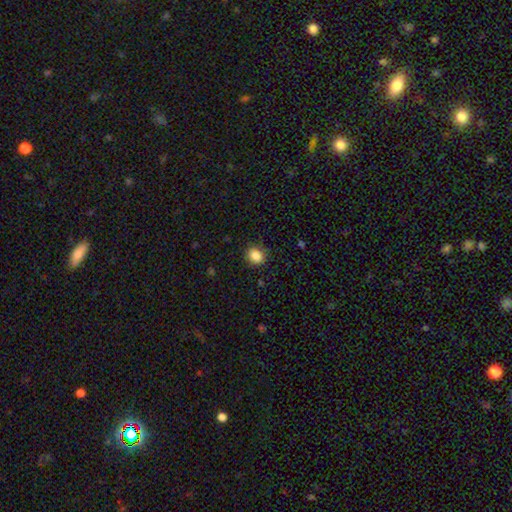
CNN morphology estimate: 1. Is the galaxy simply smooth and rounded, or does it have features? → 85% smooth, 10% star or artifact, 4% featured or disk.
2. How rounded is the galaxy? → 71% round, 29% in between, 1% cigar-shaped.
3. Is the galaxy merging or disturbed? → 86% none, 10% minor disturbance, 3% major disturbance, 1% merger.